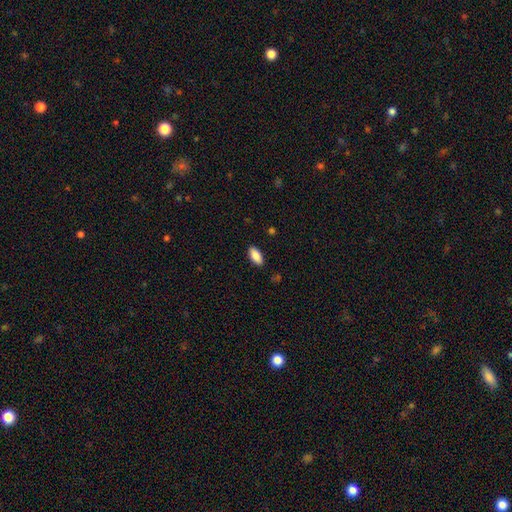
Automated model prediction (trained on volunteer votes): Smooth or featured? smooth (85%)
How rounded? in between (89%)
Merging? none (88%)